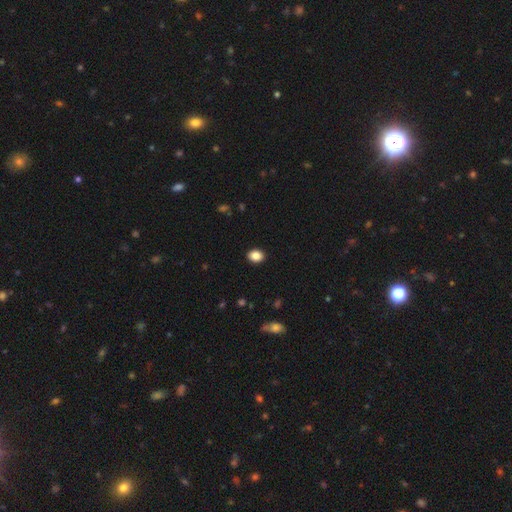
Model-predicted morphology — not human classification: smooth-or-featured: smooth: 87% | star or artifact: 9% | featured or disk: 4%
  how-rounded: in between: 58% | round: 41% | cigar-shaped: 1%
  merging: none: 91% | minor disturbance: 6% | major disturbance: 2% | merger: 1%